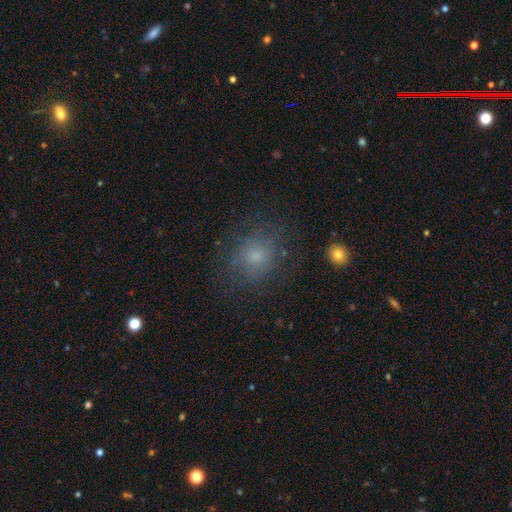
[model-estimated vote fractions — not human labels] Smooth or featured: smooth — 61% (featured or disk — 21%)
How rounded: round — 72% (in between — 27%)
Merging: none — 73% (minor disturbance — 16%)